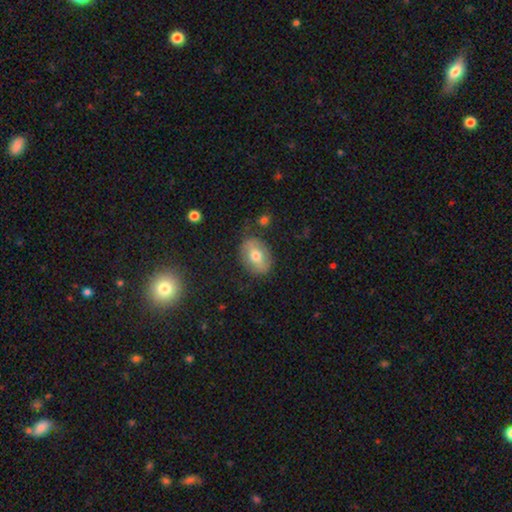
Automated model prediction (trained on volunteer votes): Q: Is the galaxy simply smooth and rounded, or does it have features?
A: smooth — 58%.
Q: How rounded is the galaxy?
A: in between — 75%.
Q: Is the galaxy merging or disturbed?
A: none — 80%.